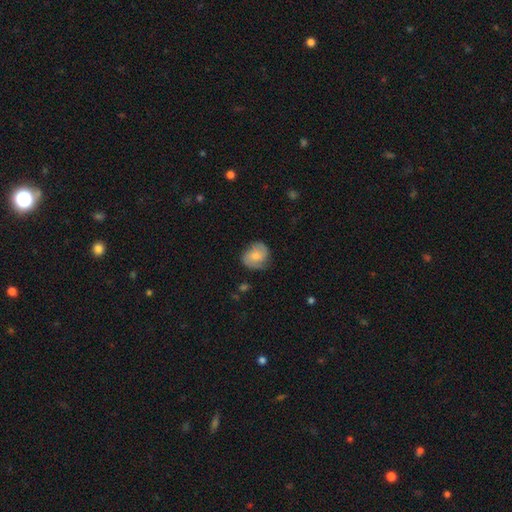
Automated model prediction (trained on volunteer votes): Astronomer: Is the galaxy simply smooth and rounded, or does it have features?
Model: smooth — 52% (runner-up: featured or disk, 41%).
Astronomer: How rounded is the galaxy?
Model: round — 64%.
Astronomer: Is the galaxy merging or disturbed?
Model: none — 67%.